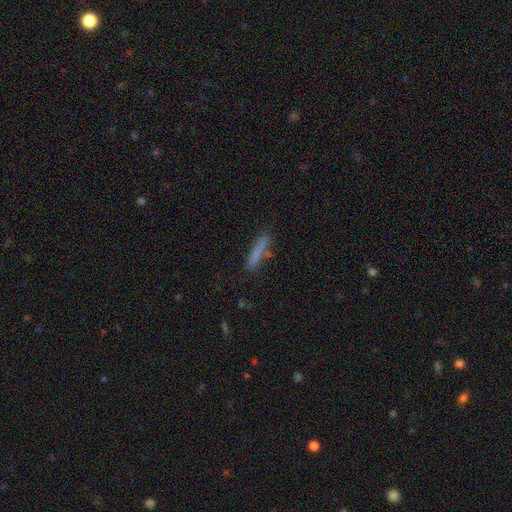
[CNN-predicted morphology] The model was most divided on "smooth or featured": smooth: 75%, featured or disk: 17%, star or artifact: 8%. More confident: how rounded — cigar-shaped (93%); merging — none (81%).